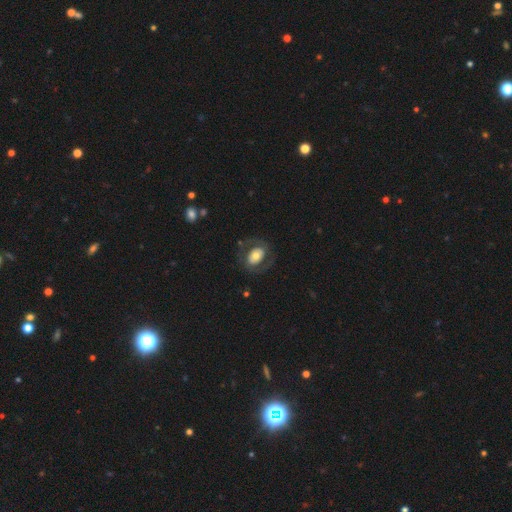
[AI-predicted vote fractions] The model was most divided on "smooth or featured" (2-way tie): featured or disk: 47%, smooth: 47%, star or artifact: 6%. More confident: merging — none (71%).